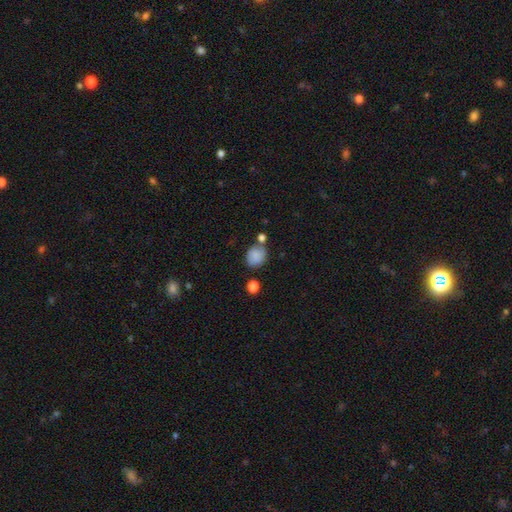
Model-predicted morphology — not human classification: type=smooth (83%); roundness=round (67%); merging=none (60%).